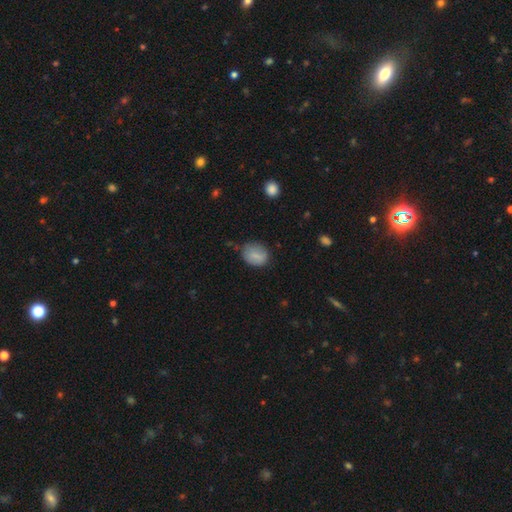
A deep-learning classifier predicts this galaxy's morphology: Smooth or featured?
  - smooth: 81% *
  - featured or disk: 11%
  - star or artifact: 8%
How rounded?
  - in between: 54% *
  - round: 44%
  - cigar-shaped: 1%
Merging?
  - none: 61% *
  - minor disturbance: 29%
  - major disturbance: 7%
  - merger: 2%